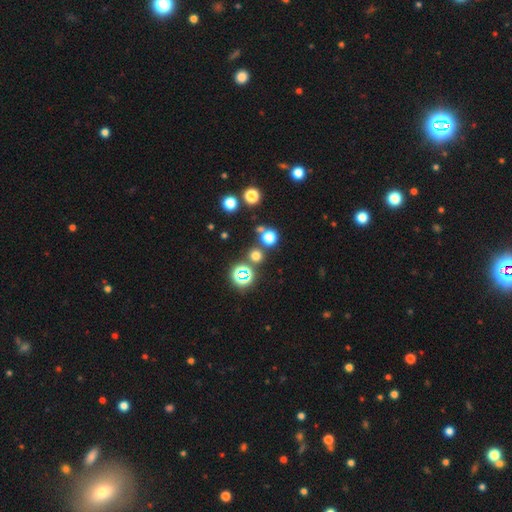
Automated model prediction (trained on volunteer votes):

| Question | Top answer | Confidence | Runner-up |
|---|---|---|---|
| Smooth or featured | smooth | 58% | star or artifact (35%) |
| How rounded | round | 91% | in between (8%) |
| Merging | none | 78% | merger (12%) |